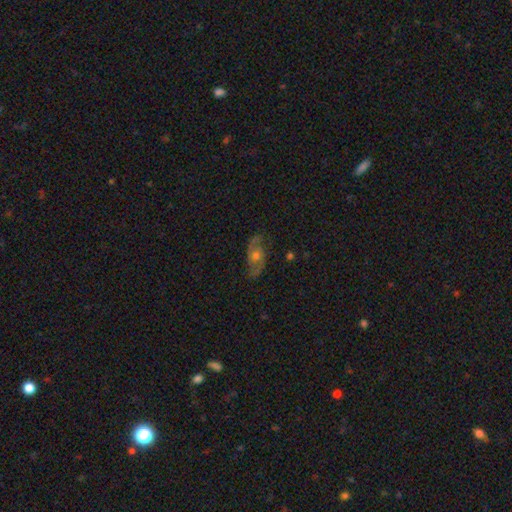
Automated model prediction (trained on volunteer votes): A featured or disk galaxy (71%) with no bar (74%), 2 (86%) medium (47%) spiral arms (86%) and a moderate central bulge (64%).

Vote fractions:
- Smooth or featured? featured or disk: 71% / smooth: 19% / star or artifact: 9%
- Edge-on disk? no: 90% / yes: 10%
- Bar? no: 74% / weak: 22% / strong: 5%
- Spiral arms? yes: 86% / no: 14%
- Spiral winding? medium: 47% / loose: 34% / tight: 20%
- Spiral arm count? 2: 86% / can't tell: 8% / 1: 2% / 3: 1% / 4: 1% / more than 4: 1%
- Bulge size? moderate: 64% / small: 24% / large: 8% / none: 2% / dominant: 1%
- Merging? none: 77% / minor disturbance: 15% / major disturbance: 6% / merger: 1%